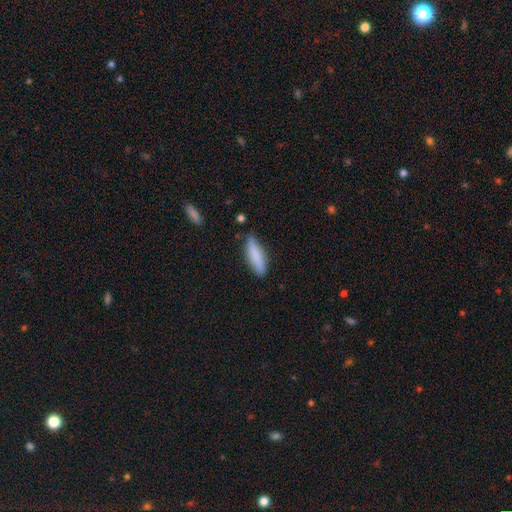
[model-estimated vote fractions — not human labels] This appears to be a smooth galaxy with no disk features (82%) that is cigar-shaped (62%). Merging: none (79%).